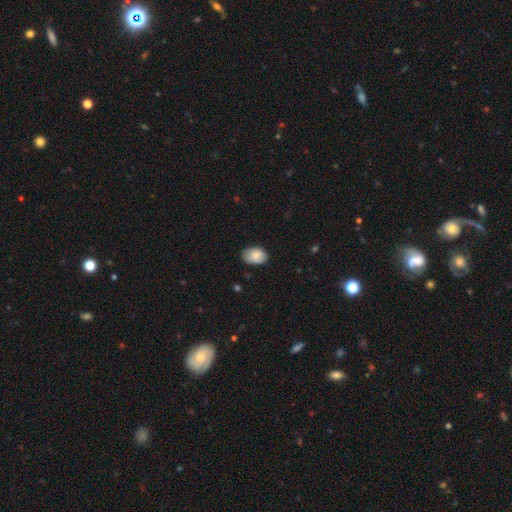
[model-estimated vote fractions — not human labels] A smooth galaxy with no disk features (85%) that is in between round and cigar-shaped (84%). Merging: none (78%).